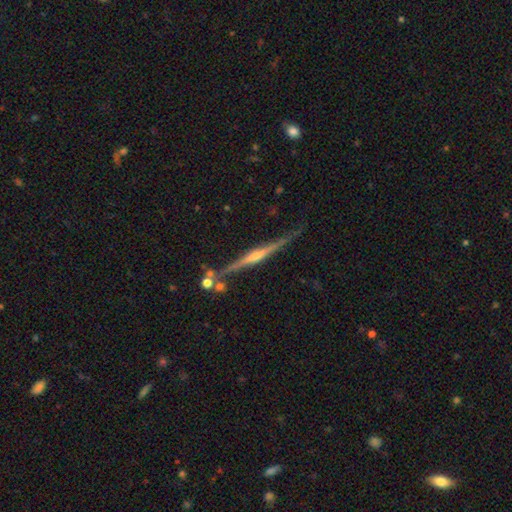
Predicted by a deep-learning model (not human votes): Overall: featured or disk (78%). Edge-on disk: yes (97%). Edge-on bulge: rounded (65%). Merging: none (76%).